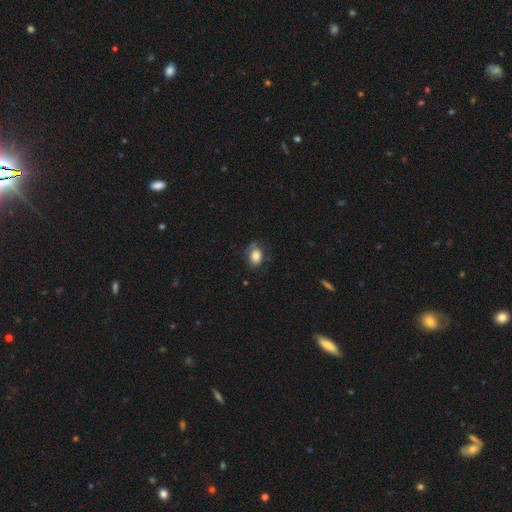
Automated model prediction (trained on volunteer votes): smooth 81%, featured or disk 10%, star or artifact 9%. Down the decision tree: how rounded — in between (67%); merging — none (64%).